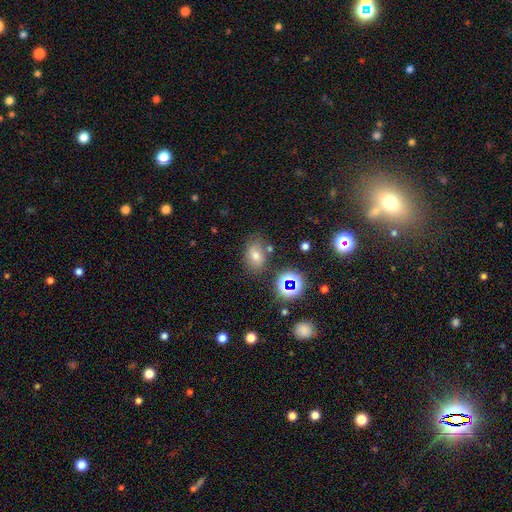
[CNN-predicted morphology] Smooth or featured: smooth — 61% (star or artifact — 25%)
How rounded: in between — 77% (round — 21%)
Merging: none — 74% (minor disturbance — 14%)